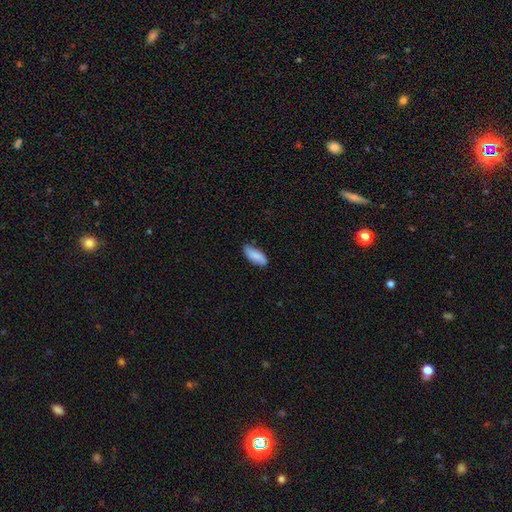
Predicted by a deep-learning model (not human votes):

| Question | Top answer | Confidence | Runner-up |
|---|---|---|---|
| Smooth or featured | smooth | 80% | featured or disk (14%) |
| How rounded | in between | 78% | cigar-shaped (20%) |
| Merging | none | 72% | minor disturbance (22%) |